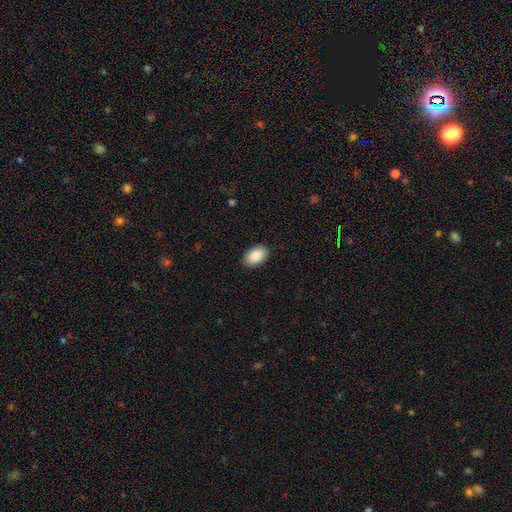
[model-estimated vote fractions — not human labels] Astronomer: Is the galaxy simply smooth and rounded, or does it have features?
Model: smooth — 90%.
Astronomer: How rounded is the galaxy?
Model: in between — 93%.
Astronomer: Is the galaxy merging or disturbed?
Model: none — 89%.